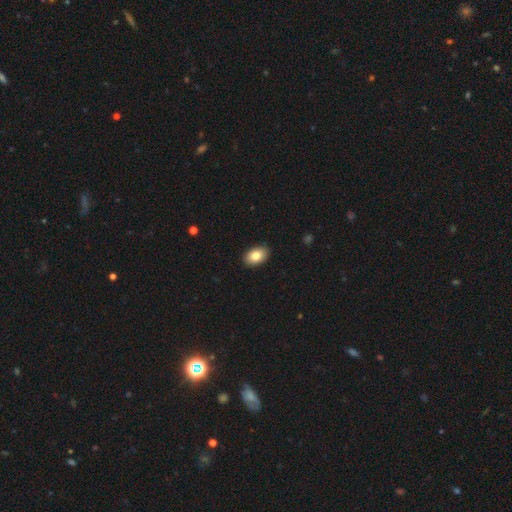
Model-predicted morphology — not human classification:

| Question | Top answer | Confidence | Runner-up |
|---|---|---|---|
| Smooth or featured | smooth | 83% | featured or disk (9%) |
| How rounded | in between | 90% | round (9%) |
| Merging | none | 90% | minor disturbance (7%) |